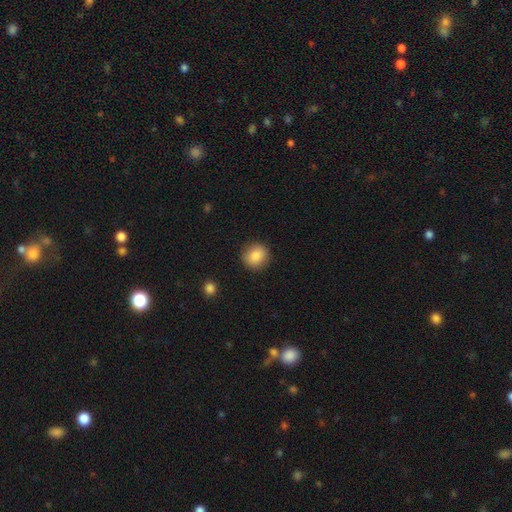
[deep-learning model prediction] A smooth galaxy with no disk features (85%) that is round (88%). Merging: none (89%).